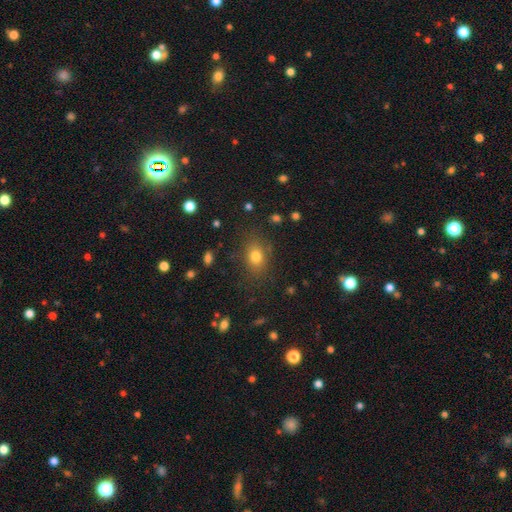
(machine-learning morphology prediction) A smooth galaxy with no disk features (77%) that is in between round and cigar-shaped (66%). Merging: none (79%).